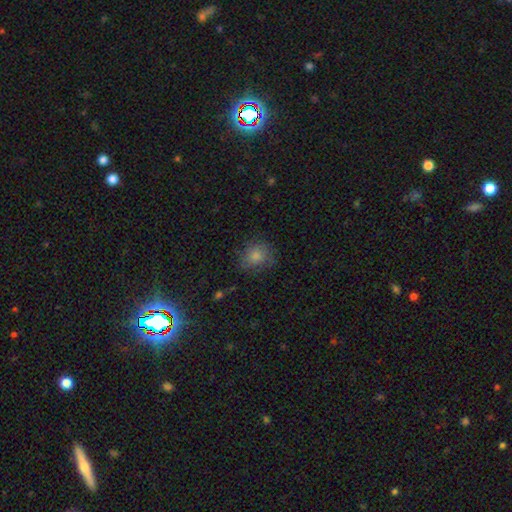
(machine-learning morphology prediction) smooth_or_featured: smooth (p=0.69) [alt: star or artifact p=0.21]
how_rounded: round (p=0.78) [alt: in between p=0.21]
merging: none (p=0.75) [alt: minor disturbance p=0.18]